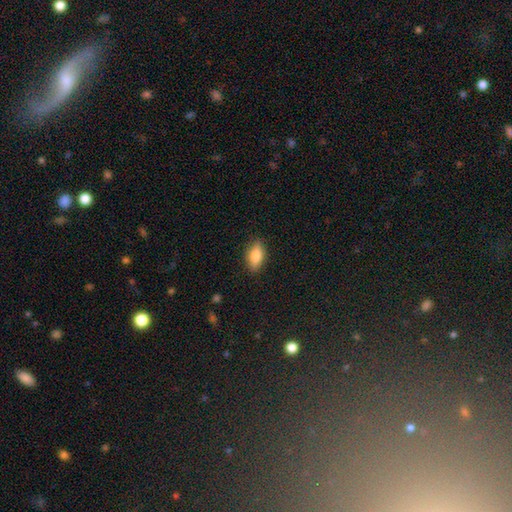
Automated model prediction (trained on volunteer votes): smooth-or-featured: smooth: 80% | featured or disk: 13% | star or artifact: 7%
  how-rounded: in between: 85% | cigar-shaped: 10% | round: 5%
  merging: none: 86% | minor disturbance: 10% | major disturbance: 2% | merger: 1%